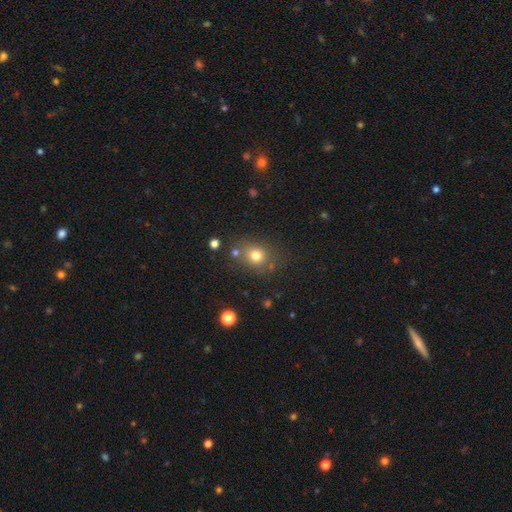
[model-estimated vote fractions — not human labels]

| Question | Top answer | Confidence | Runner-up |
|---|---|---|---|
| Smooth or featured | smooth | 75% | star or artifact (16%) |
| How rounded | round | 72% | in between (27%) |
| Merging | none | 74% | minor disturbance (13%) |